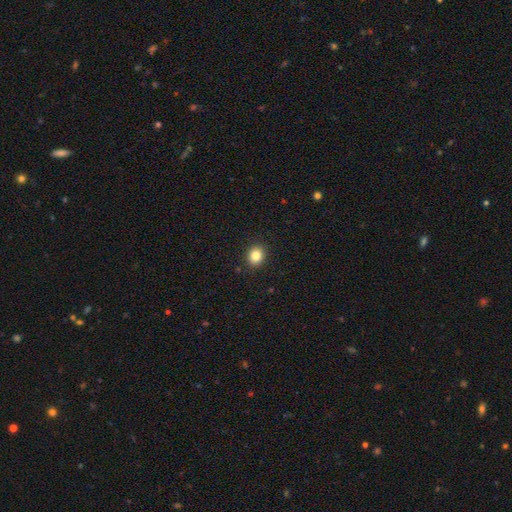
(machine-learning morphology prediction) This appears to be a smooth galaxy with no disk features (83%) that is round (64%). Merging: none (91%).